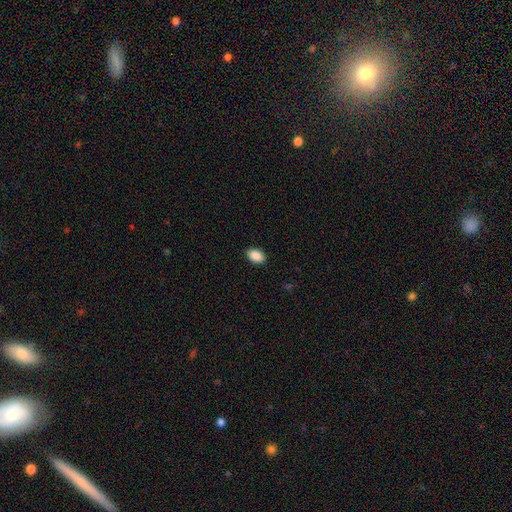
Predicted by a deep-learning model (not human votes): smooth_or_featured: smooth (p=0.90) [alt: star or artifact p=0.07]
how_rounded: in between (p=0.89) [alt: round p=0.10]
merging: none (p=0.89) [alt: minor disturbance p=0.08]